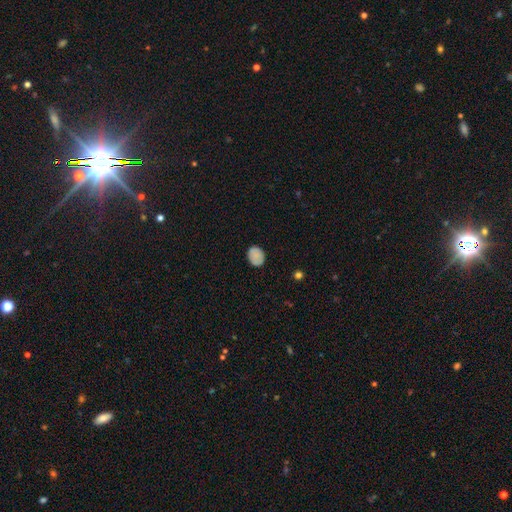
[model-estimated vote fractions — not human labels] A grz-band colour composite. It shows a smooth galaxy with no disk features (82%) that is round (51%). Merging: none (82%).